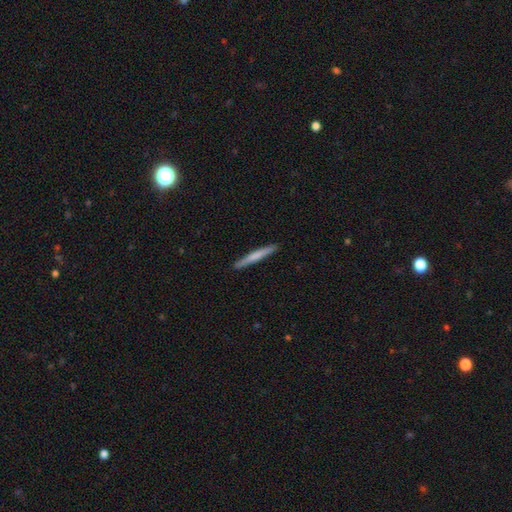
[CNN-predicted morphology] Overall: smooth (62%; featured or disk 33%). How rounded: cigar-shaped (96%). Merging: none (92%).